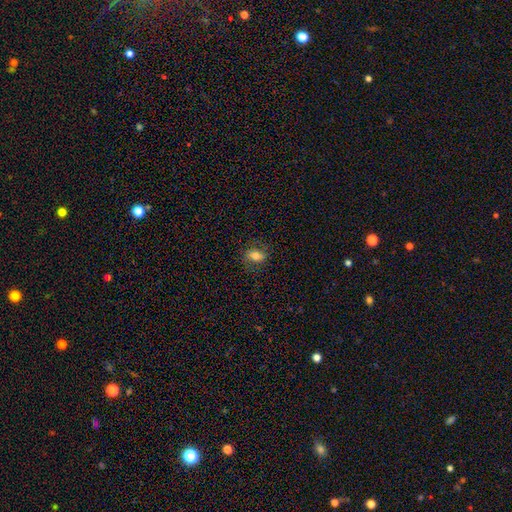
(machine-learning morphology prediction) Smooth or featured?
  - smooth: 65% *
  - featured or disk: 25%
  - star or artifact: 10%
How rounded?
  - in between: 74% *
  - round: 22%
  - cigar-shaped: 4%
Merging?
  - none: 78% *
  - minor disturbance: 15%
  - major disturbance: 6%
  - merger: 1%